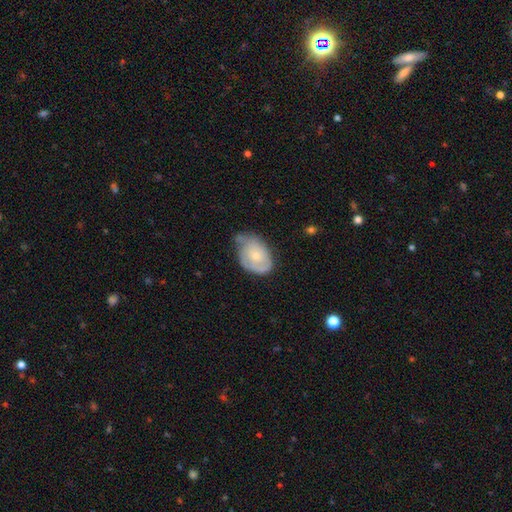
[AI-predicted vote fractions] smooth 53%, featured or disk 41%, star or artifact 6%. Down the decision tree: how rounded — in between (82%); merging — minor disturbance (42%).